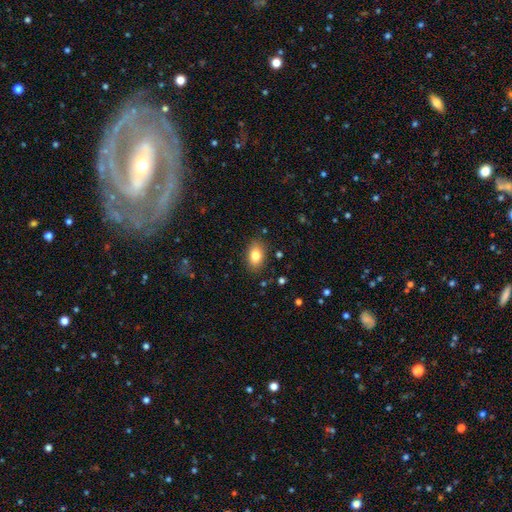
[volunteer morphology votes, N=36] This is clearly a smooth galaxy (89%). How rounded: clearly in between (97%). Merging: clearly none (91%).